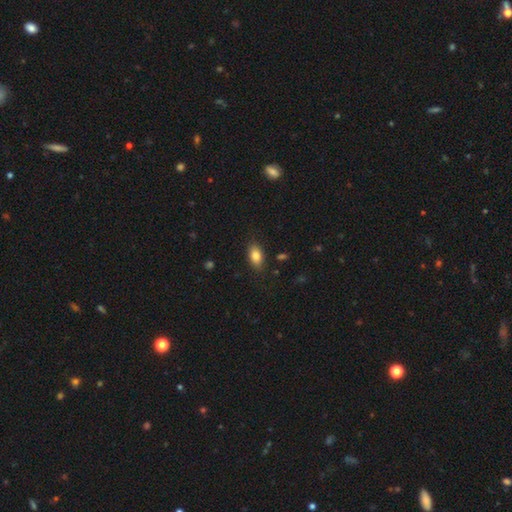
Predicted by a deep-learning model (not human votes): Smooth or featured? smooth (84%)
How rounded? in between (89%)
Merging? none (85%)